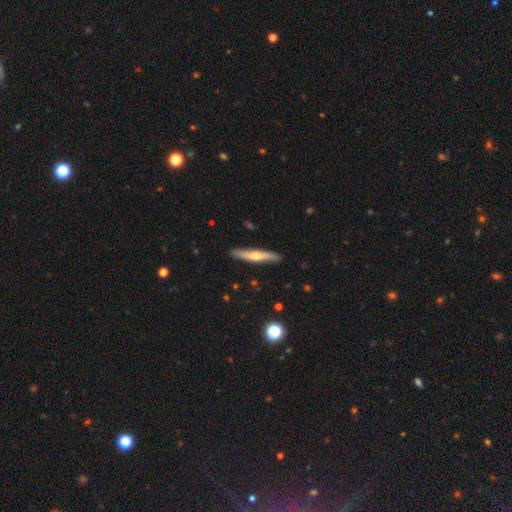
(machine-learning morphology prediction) Overall: featured or disk (48%; smooth 46%). Merging: none (88%).